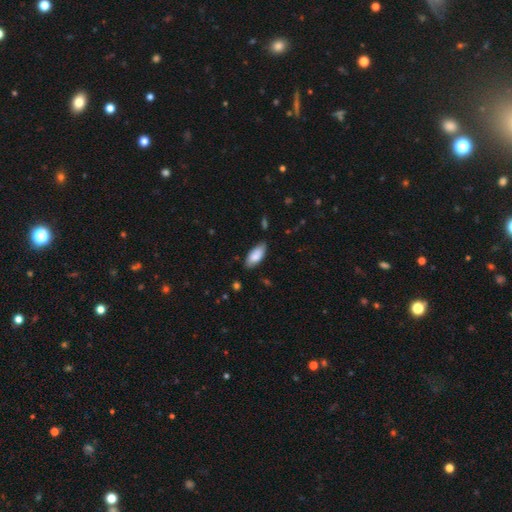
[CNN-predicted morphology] smooth 83%, featured or disk 11%, star or artifact 6%. Down the decision tree: how rounded — in between (88%); merging — none (78%).